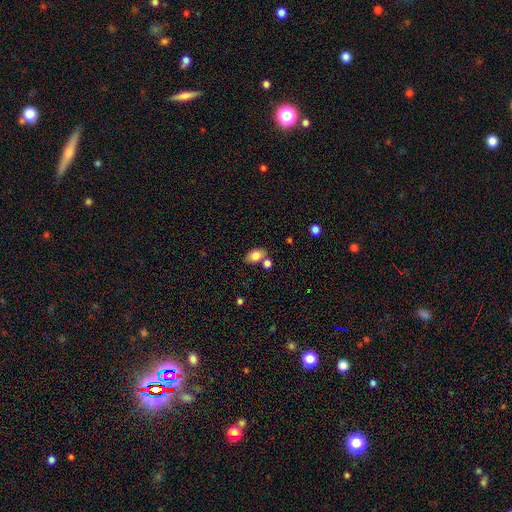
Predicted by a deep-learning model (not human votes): This appears to be a smooth galaxy with no disk features (81%) that is in between round and cigar-shaped (86%). Merging: none (66%).